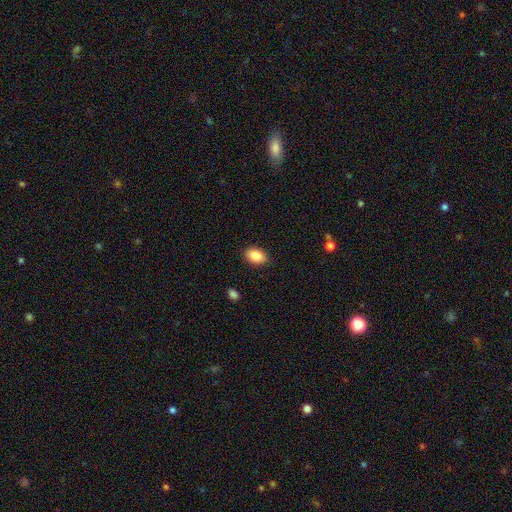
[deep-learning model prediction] Q: Smooth or featured?
A: smooth (87%); runner-up: star or artifact (7%)
Q: How rounded?
A: in between (86%); runner-up: round (13%)
Q: Merging?
A: none (88%); runner-up: minor disturbance (8%)